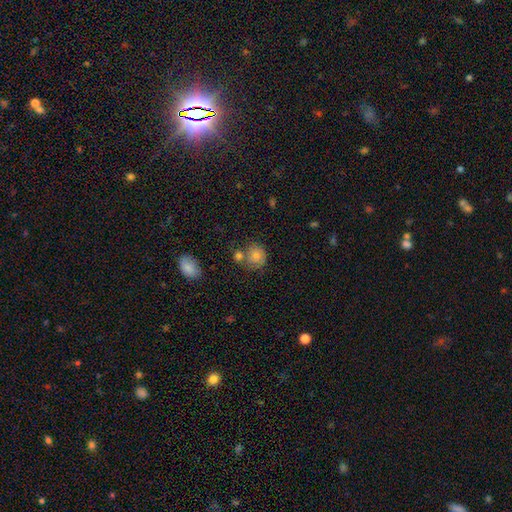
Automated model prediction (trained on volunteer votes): This appears to be a smooth galaxy with no disk features (78%) that is round (77%). Merging: none (53%).